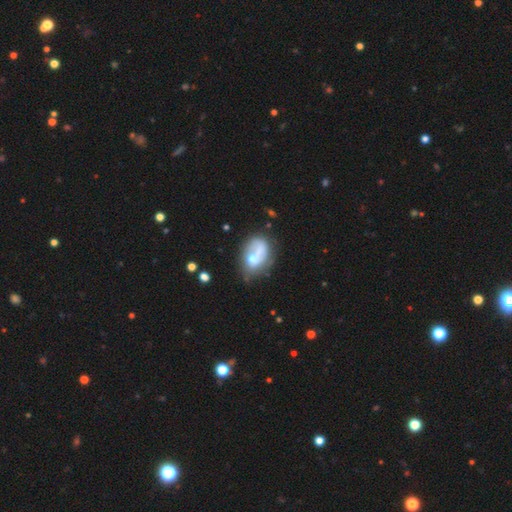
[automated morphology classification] Smooth or featured?
  - smooth: 50% *
  - featured or disk: 42%
  - star or artifact: 9%
Merging?
  - none: 34% *
  - minor disturbance: 23%
  - merger: 22%
  - major disturbance: 21%